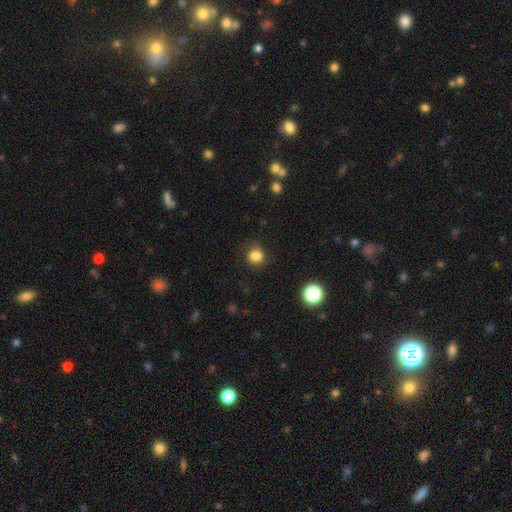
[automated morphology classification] A smooth galaxy with no disk features (82%) that is round (75%). Merging: none (74%).